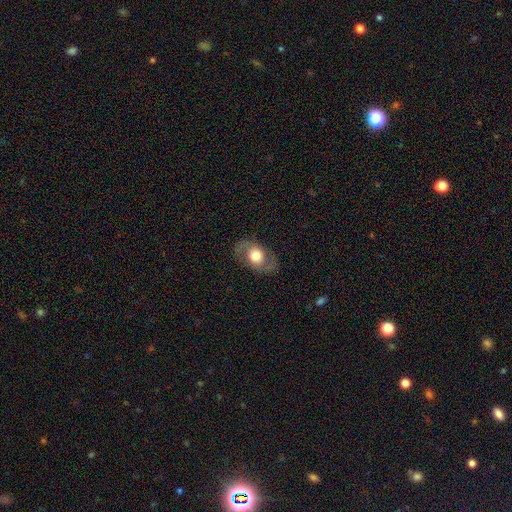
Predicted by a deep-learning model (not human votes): smooth 48%, featured or disk 45%, star or artifact 7%. Down the decision tree: merging — none (79%).